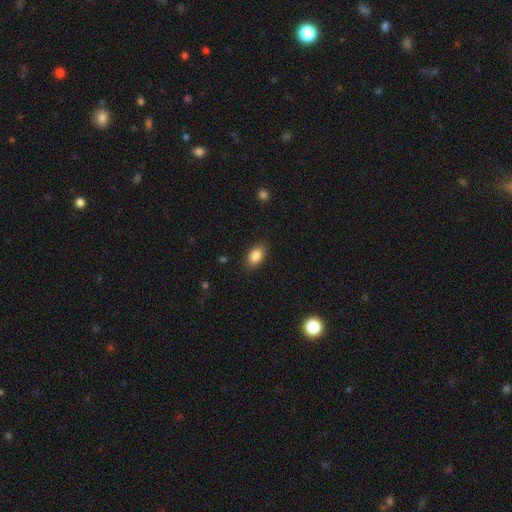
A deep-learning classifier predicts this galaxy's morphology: Smooth or featured? Predicted: smooth (p=0.86). How rounded? Predicted: in between (p=0.88). Merging? Predicted: none (p=0.86).